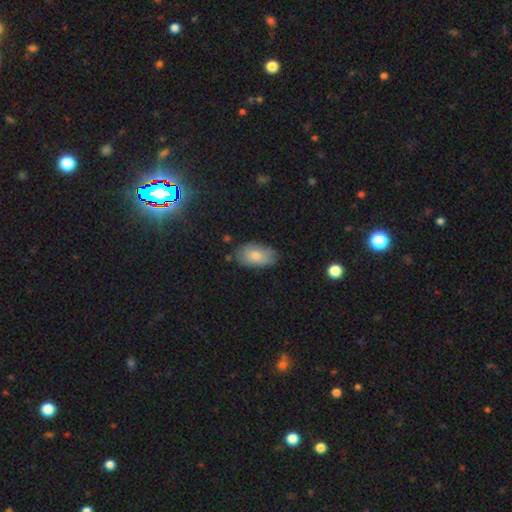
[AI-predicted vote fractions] Smooth or featured? smooth (78%)
How rounded? in between (93%)
Merging? none (74%)